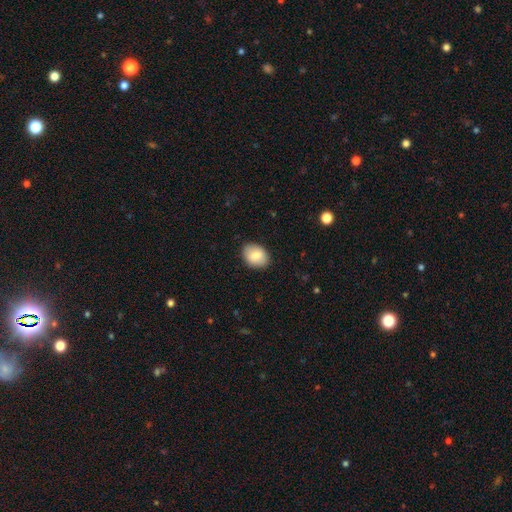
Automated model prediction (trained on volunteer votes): Overall: smooth (83%). How rounded: in between (70%). Merging: none (88%).